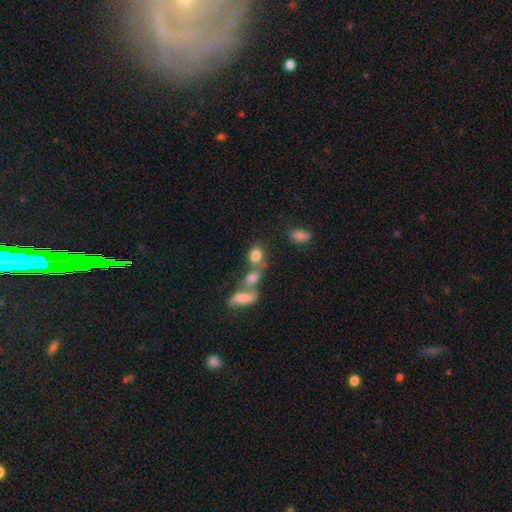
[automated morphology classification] Smooth or featured?
  - smooth: 77% *
  - featured or disk: 12%
  - star or artifact: 11%
How rounded?
  - in between: 62% *
  - round: 34%
  - cigar-shaped: 4%
Merging?
  - merger: 46% *
  - none: 36%
  - minor disturbance: 10%
  - major disturbance: 7%